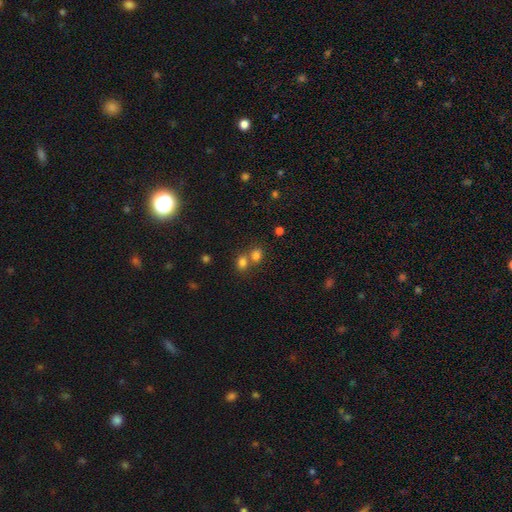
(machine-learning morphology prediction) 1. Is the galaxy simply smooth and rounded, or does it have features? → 77% smooth, 15% star or artifact, 8% featured or disk.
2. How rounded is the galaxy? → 56% round, 43% in between, 1% cigar-shaped.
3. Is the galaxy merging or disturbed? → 49% merger, 41% none, 7% minor disturbance, 3% major disturbance.